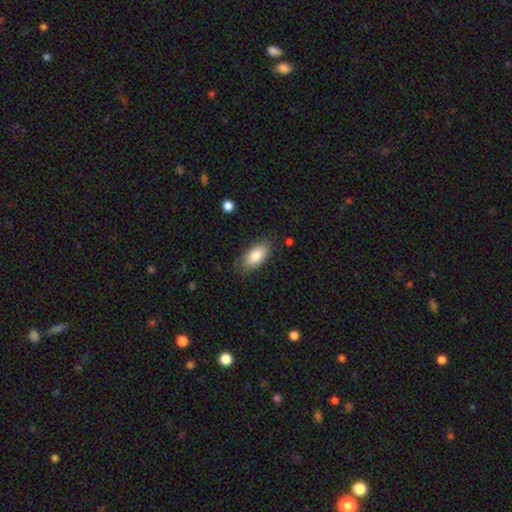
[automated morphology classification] smooth-or-featured: smooth: 83% | featured or disk: 10% | star or artifact: 7%
  how-rounded: in between: 90% | cigar-shaped: 7% | round: 3%
  merging: none: 82% | minor disturbance: 13% | major disturbance: 3% | merger: 1%